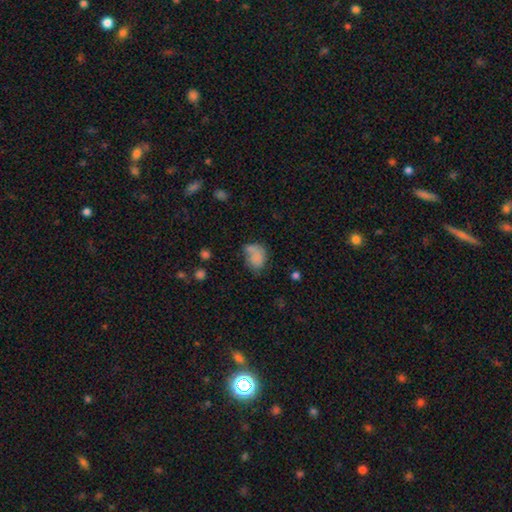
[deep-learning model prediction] Smooth or featured?
  - smooth: 75% *
  - featured or disk: 14%
  - star or artifact: 11%
How rounded?
  - in between: 67% *
  - round: 32%
  - cigar-shaped: 1%
Merging?
  - none: 40% *
  - minor disturbance: 26%
  - major disturbance: 19%
  - merger: 15%